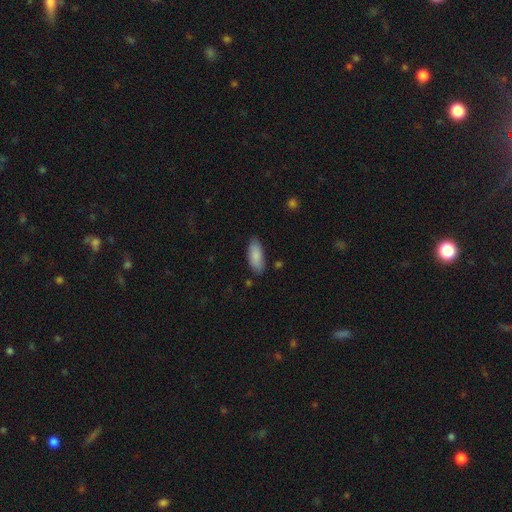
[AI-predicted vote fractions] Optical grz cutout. It shows a smooth galaxy with no disk features (88%) that is in between round and cigar-shaped (81%). Merging: none (83%).